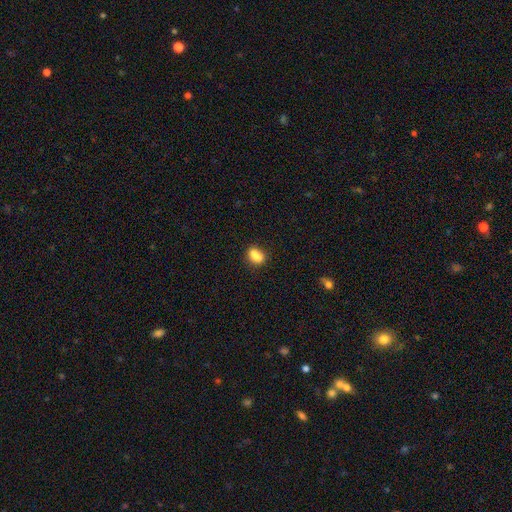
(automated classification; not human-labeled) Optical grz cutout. It shows a smooth galaxy with no disk features (85%) that is in between round and cigar-shaped (77%). Merging: none (69%).